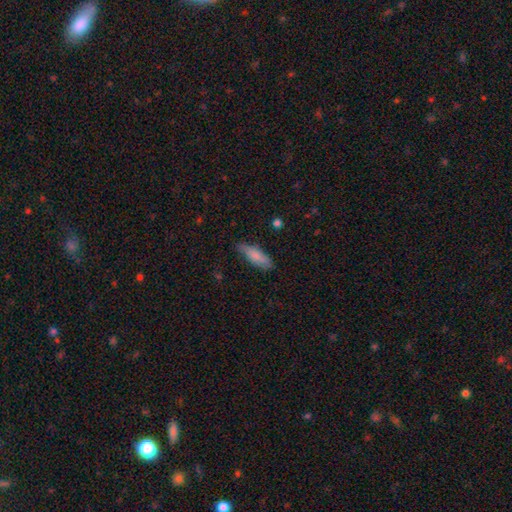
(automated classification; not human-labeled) Smooth or featured? smooth (80%)
How rounded? in between (58%)
Merging? none (70%)